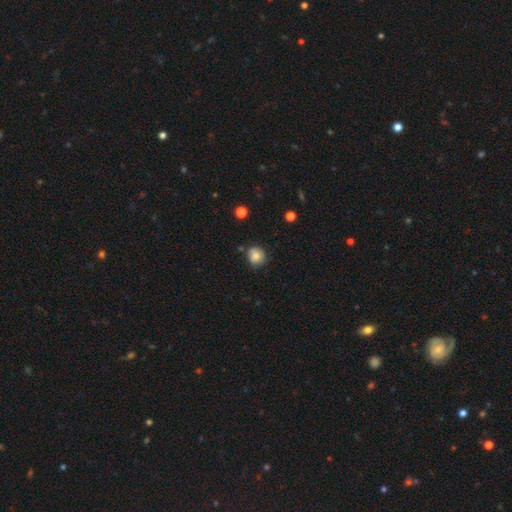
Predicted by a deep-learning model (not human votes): Morphology: type=smooth (77%); roundness=round (81%); merging=none (66%).